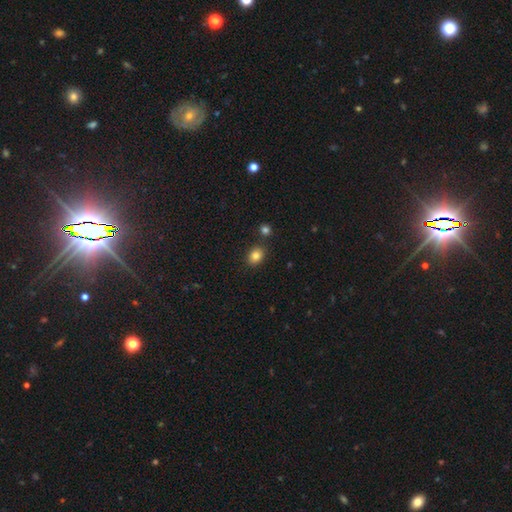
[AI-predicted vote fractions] This appears to be a smooth galaxy with no disk features (83%) that is in between round and cigar-shaped (56%). Merging: none (81%).